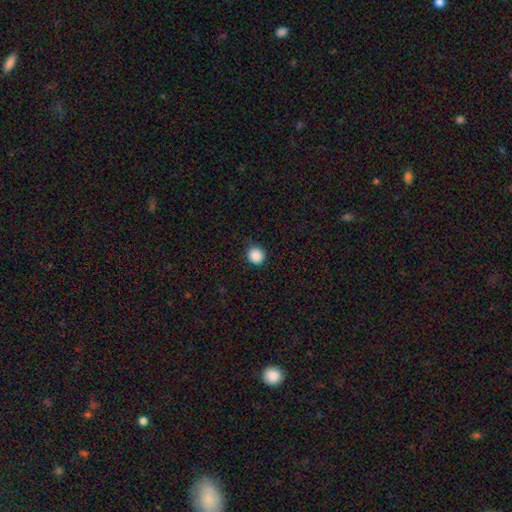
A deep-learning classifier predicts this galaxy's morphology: Overall: smooth (88%). How rounded: round (91%). Merging: none (87%).